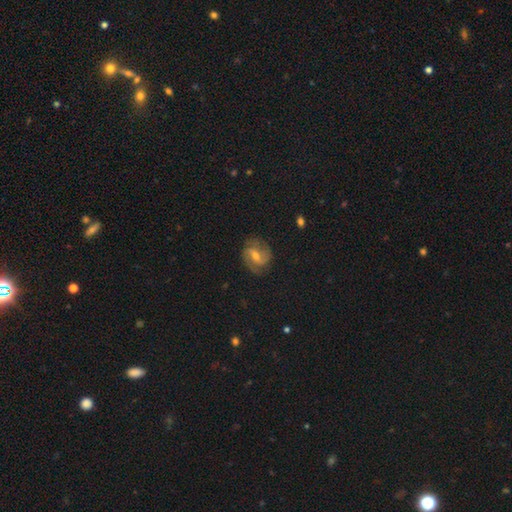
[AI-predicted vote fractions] A featured or disk galaxy (75%) with a weak bar (48%), 2 (87%) medium (50%) spiral arms (92%) and a moderate central bulge (52%). Merging: none (77%).